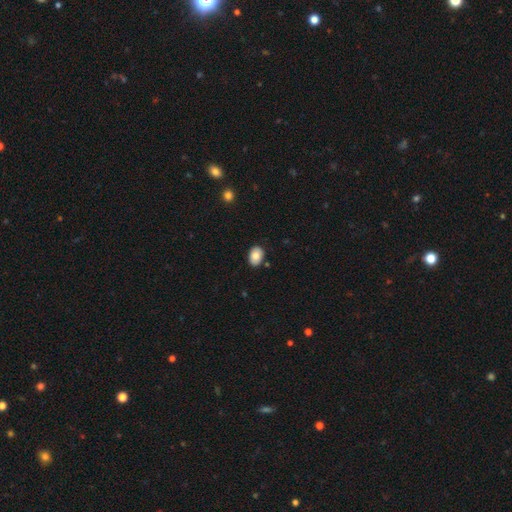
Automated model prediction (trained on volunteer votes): Morphology: type=smooth (80%); roundness=in between (79%); merging=none (85%).